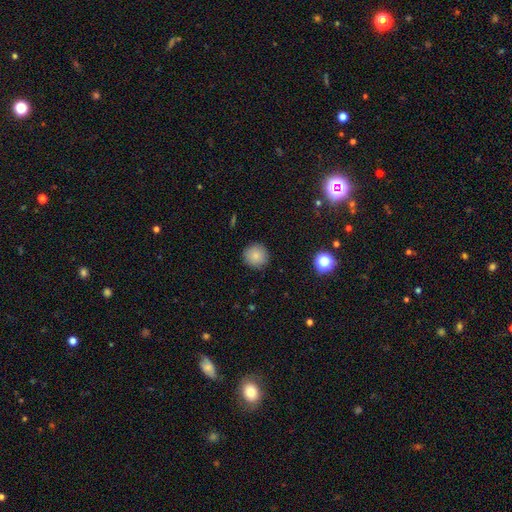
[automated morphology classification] This is clearly a smooth galaxy (83%). How rounded: clearly round (93%). Merging: clearly none (89%).